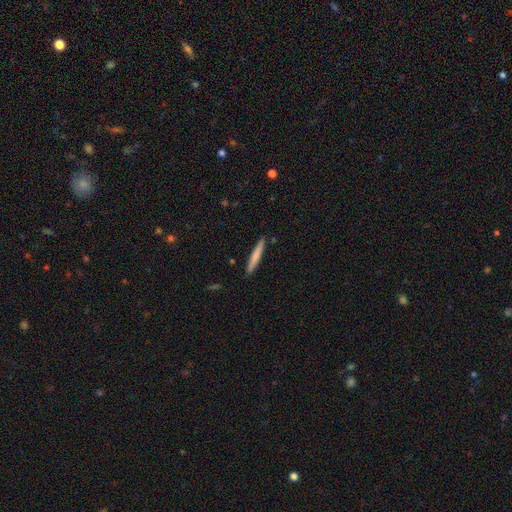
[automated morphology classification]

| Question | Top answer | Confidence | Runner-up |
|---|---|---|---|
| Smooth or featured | smooth | 71% | featured or disk (23%) |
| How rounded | cigar-shaped | 96% | in between (3%) |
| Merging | none | 91% | minor disturbance (7%) |